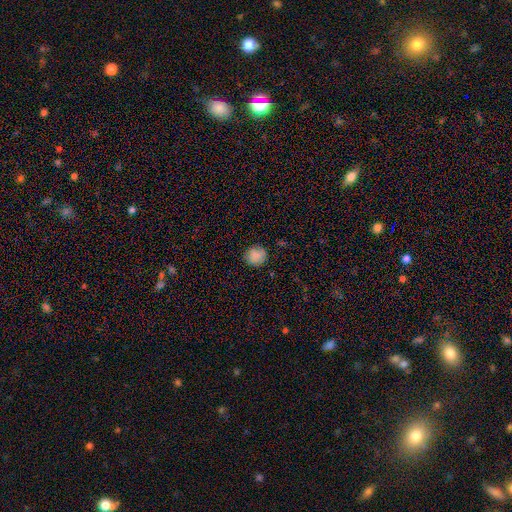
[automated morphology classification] This is clearly a smooth galaxy (84%). How rounded: clearly round (86%). Merging: clearly none (81%).